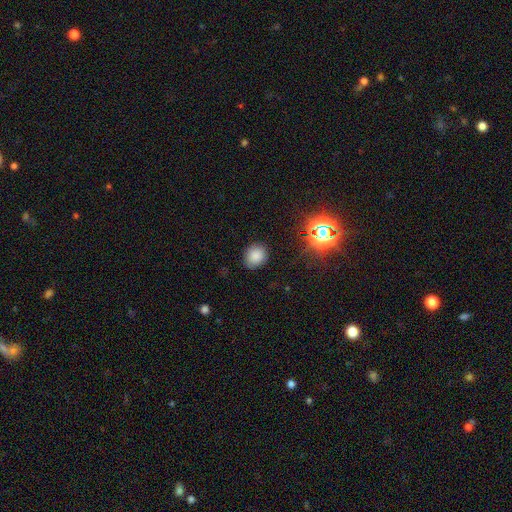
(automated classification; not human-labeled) smooth-or-featured: smooth: 80% | star or artifact: 15% | featured or disk: 5%
  how-rounded: round: 65% | in between: 34% | cigar-shaped: 1%
  merging: none: 85% | minor disturbance: 11% | major disturbance: 3% | merger: 1%